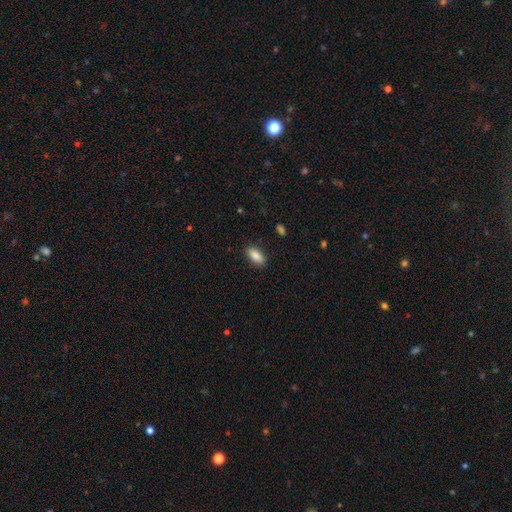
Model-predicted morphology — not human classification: Overall: smooth (87%). How rounded: in between (89%). Merging: none (87%).